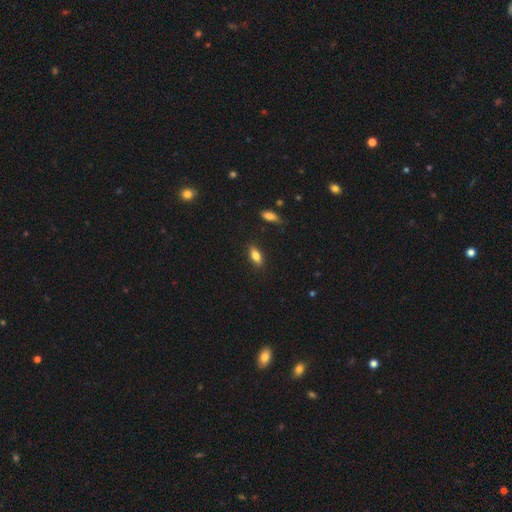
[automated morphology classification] A smooth galaxy with no disk features (79%) that is in between round and cigar-shaped (82%). Merging: none (85%).